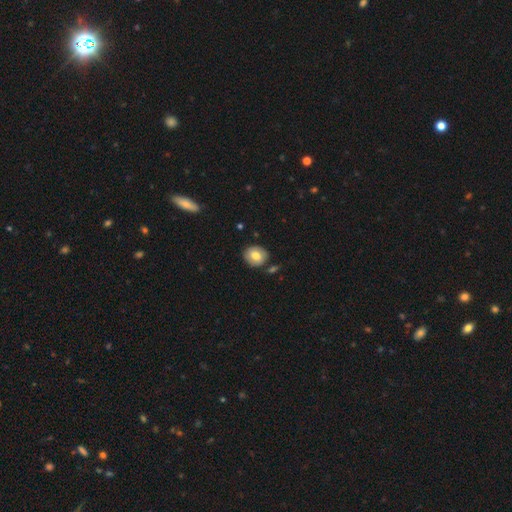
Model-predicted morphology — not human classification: This appears to be a smooth galaxy with no disk features (75%) that is round (74%). Merging: none (82%).